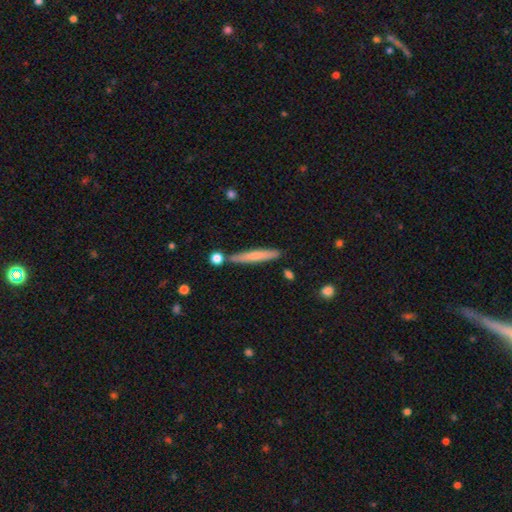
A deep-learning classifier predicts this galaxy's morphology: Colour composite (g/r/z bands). It shows a smooth galaxy with no disk features (64%) that is cigar-shaped (94%). Merging: none (81%).